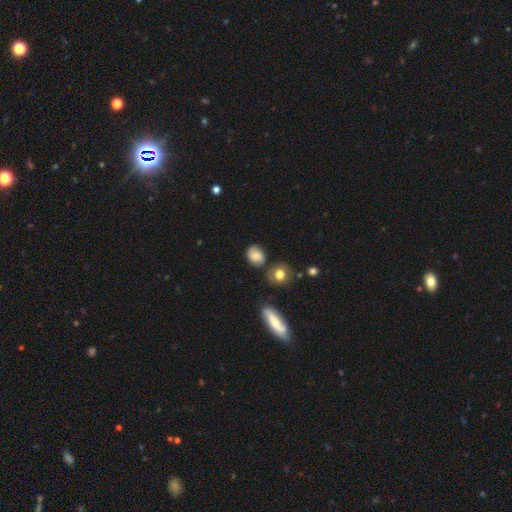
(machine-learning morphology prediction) Smooth or featured? Predicted: smooth (p=0.75). How rounded? Predicted: in between (p=0.55). Merging? Predicted: none (p=0.70).